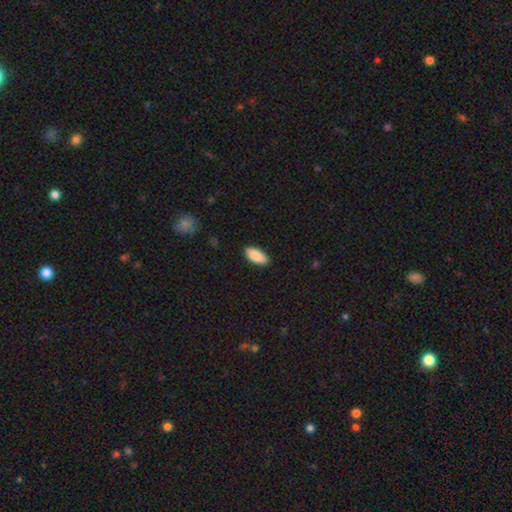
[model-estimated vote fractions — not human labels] Q: Smooth or featured?
A: smooth (87%); runner-up: featured or disk (8%)
Q: How rounded?
A: in between (89%); runner-up: cigar-shaped (9%)
Q: Merging?
A: none (86%); runner-up: minor disturbance (11%)